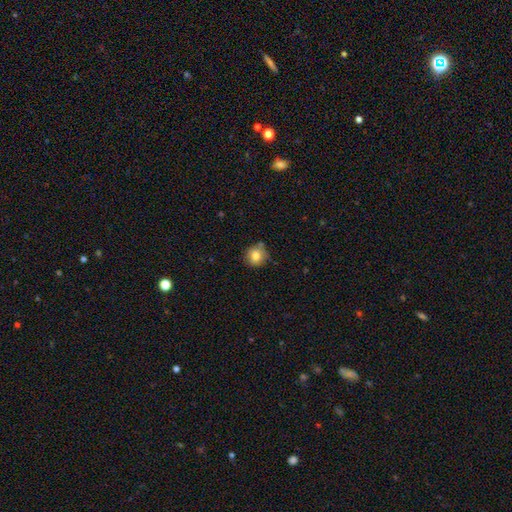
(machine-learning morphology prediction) This appears to be a smooth galaxy with no disk features (80%) that is round (90%). Merging: none (74%).